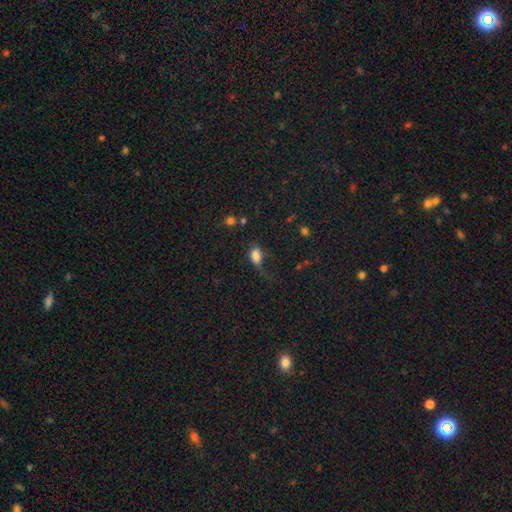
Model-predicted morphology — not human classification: type=smooth (79%); roundness=in between (85%); merging=major disturbance (41%).